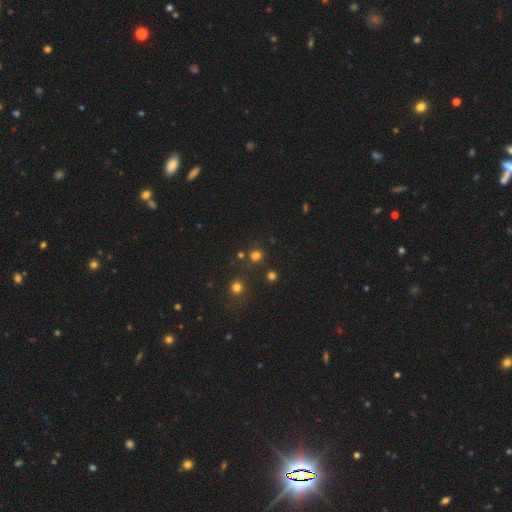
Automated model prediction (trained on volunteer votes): A smooth galaxy with no disk features (72%) that is round (90%). Merging: none (80%).